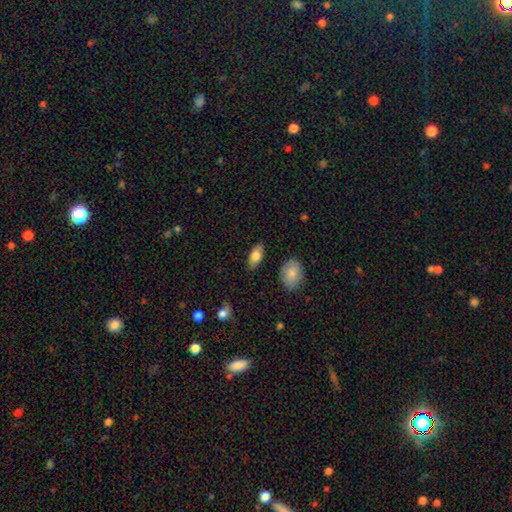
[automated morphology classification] A smooth galaxy with no disk features (82%) that is in between round and cigar-shaped (90%).

Vote fractions:
- Smooth or featured? smooth: 82% / featured or disk: 12% / star or artifact: 6%
- How rounded? in between: 90% / cigar-shaped: 7% / round: 3%
- Merging? none: 86% / minor disturbance: 10% / major disturbance: 2% / merger: 2%